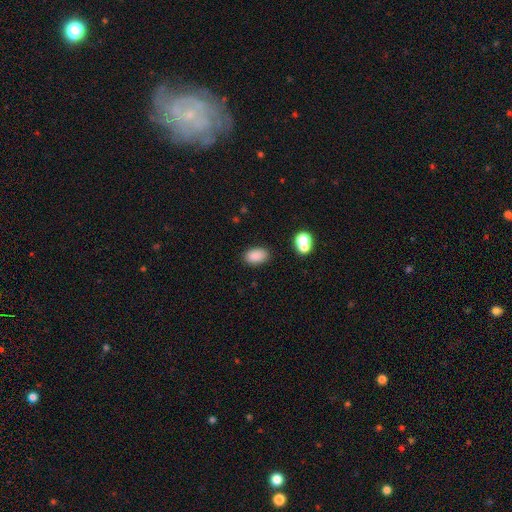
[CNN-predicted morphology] A smooth galaxy with no disk features (86%) that is in between round and cigar-shaped (89%).

Vote fractions:
- Smooth or featured? smooth: 86% / star or artifact: 9% / featured or disk: 4%
- How rounded? in between: 89% / round: 9% / cigar-shaped: 1%
- Merging? none: 85% / minor disturbance: 9% / major disturbance: 3% / merger: 3%